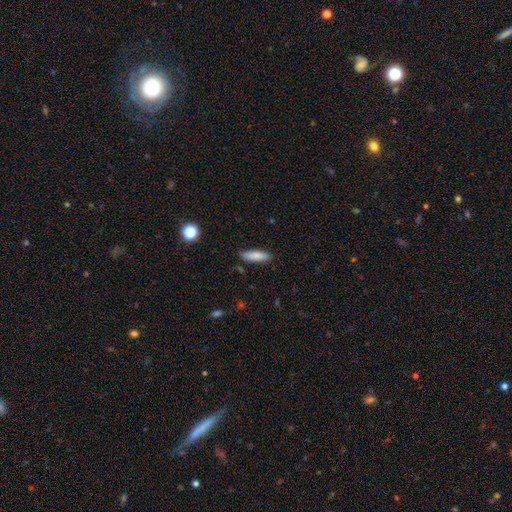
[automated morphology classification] Overall: smooth (83%). How rounded: cigar-shaped (62%; in between 36%). Merging: none (85%).